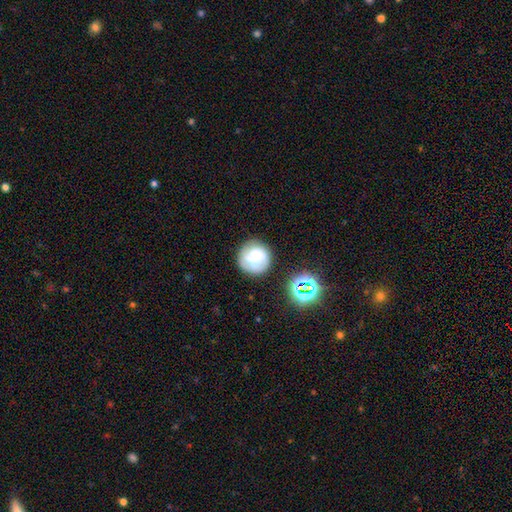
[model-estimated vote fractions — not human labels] smooth_or_featured: smooth (p=0.50) [alt: featured or disk p=0.40]
merging: none (p=0.69) [alt: minor disturbance p=0.18]